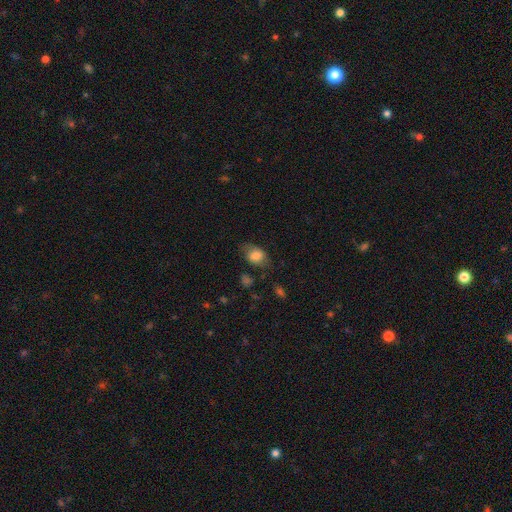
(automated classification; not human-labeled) Smooth or featured?
  - smooth: 77% *
  - featured or disk: 14%
  - star or artifact: 9%
How rounded?
  - in between: 76% *
  - round: 22%
  - cigar-shaped: 2%
Merging?
  - none: 59% *
  - minor disturbance: 26%
  - major disturbance: 12%
  - merger: 3%